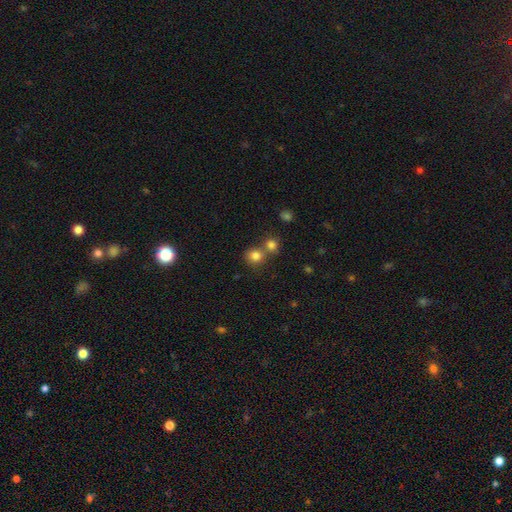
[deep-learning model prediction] smooth_or_featured: smooth (p=0.81) [alt: star or artifact p=0.12]
how_rounded: round (p=0.84) [alt: in between p=0.15]
merging: none (p=0.53) [alt: merger p=0.37]